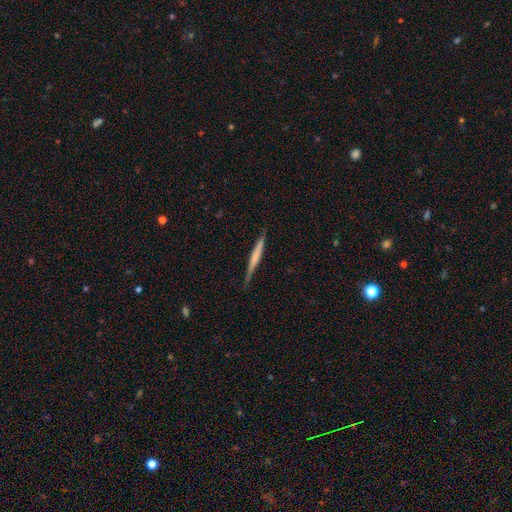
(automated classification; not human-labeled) The model was most divided on "smooth or featured": smooth: 50%, featured or disk: 44%, star or artifact: 6%. More confident: how rounded — cigar-shaped (96%); merging — none (83%).